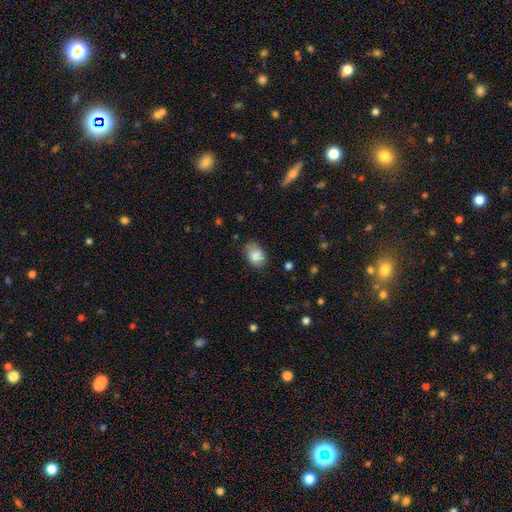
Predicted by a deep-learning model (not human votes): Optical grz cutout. It shows a smooth galaxy with no disk features (84%) that is in between round and cigar-shaped (73%). Merging: none (73%).